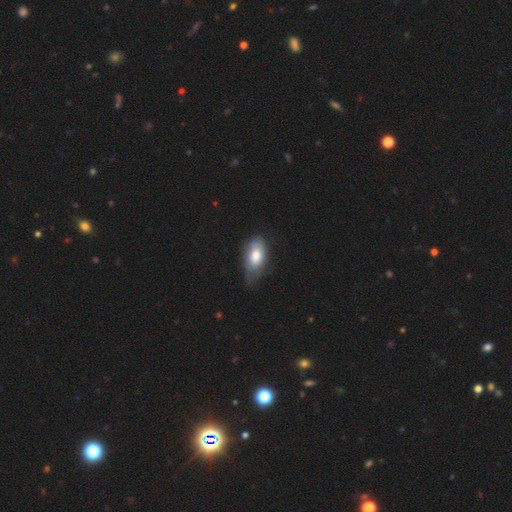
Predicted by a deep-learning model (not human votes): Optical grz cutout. It shows a smooth galaxy with no disk features (71%) that is in between round and cigar-shaped (92%). Merging: minor disturbance (41%, tied with none).